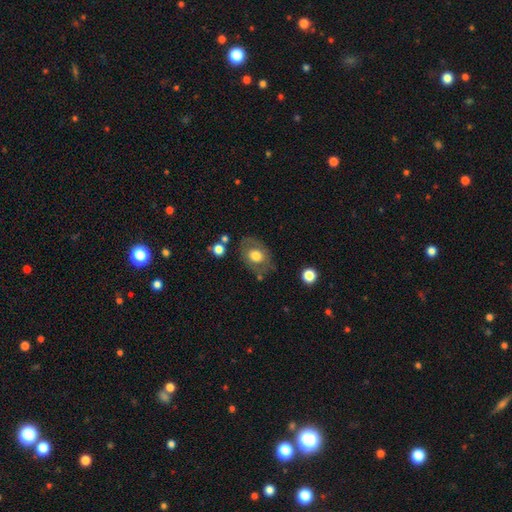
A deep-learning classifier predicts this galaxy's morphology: A smooth galaxy with no disk features (59%) that is in between round and cigar-shaped (69%). Merging: none (70%).